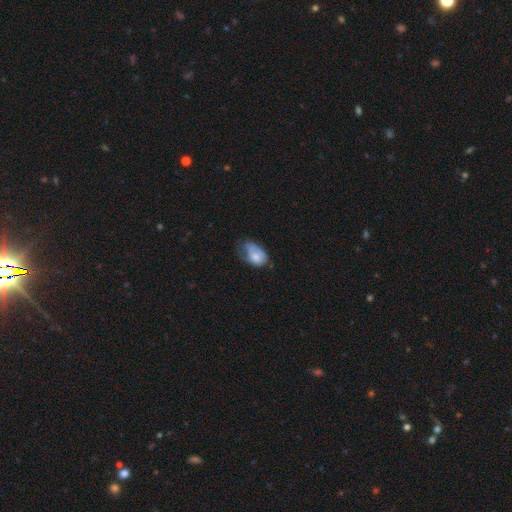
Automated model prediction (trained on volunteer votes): This is likely a smooth galaxy (66%). How rounded: clearly in between (86%). Merging: marginally minor disturbance (39%).